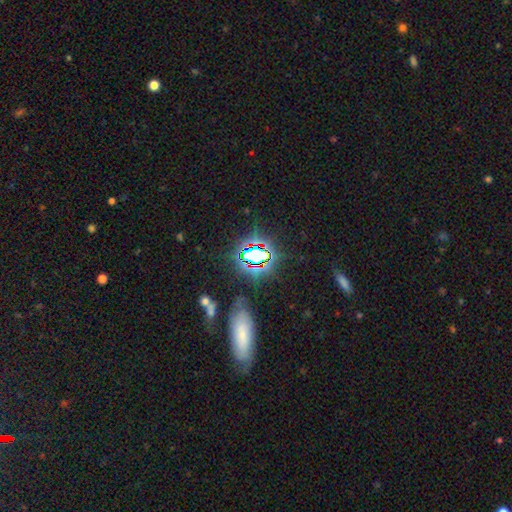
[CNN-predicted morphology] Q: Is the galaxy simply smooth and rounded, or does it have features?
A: star or artifact — 74%.